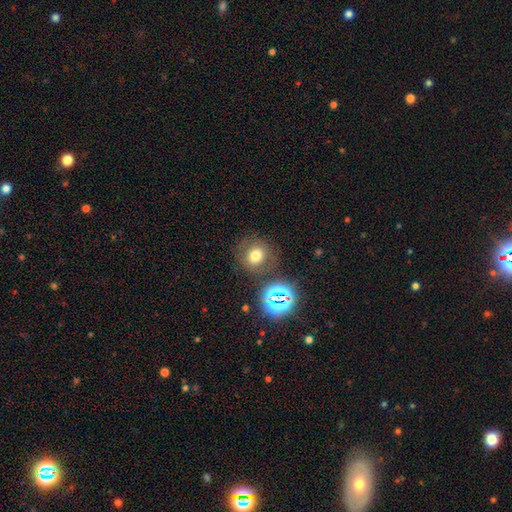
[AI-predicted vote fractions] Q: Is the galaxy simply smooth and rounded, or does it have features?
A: smooth — 67%.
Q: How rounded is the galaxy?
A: round — 83%.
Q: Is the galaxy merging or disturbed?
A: none — 80%.